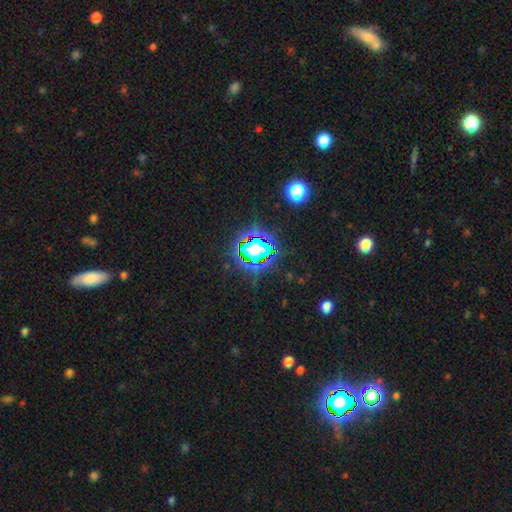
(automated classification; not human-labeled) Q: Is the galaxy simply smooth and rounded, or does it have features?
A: star or artifact — 77%.